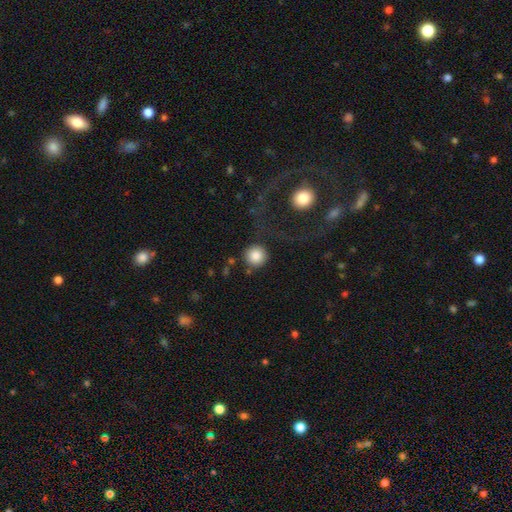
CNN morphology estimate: Smooth or featured: smooth — 86% (star or artifact — 8%)
How rounded: round — 95% (in between — 4%)
Merging: none — 80% (minor disturbance — 8%)